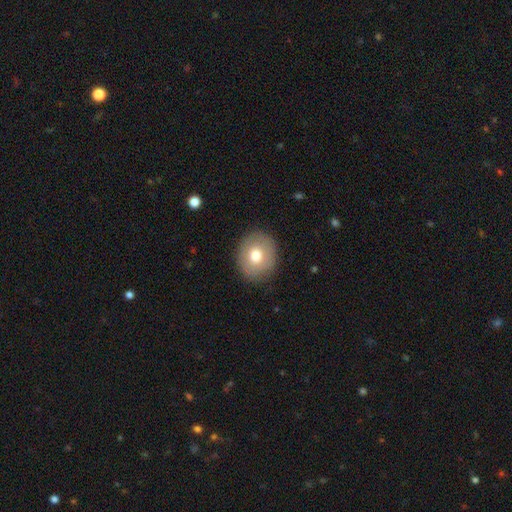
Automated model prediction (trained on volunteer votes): A smooth galaxy with no disk features (72%) that is round (72%). Merging: none (86%).